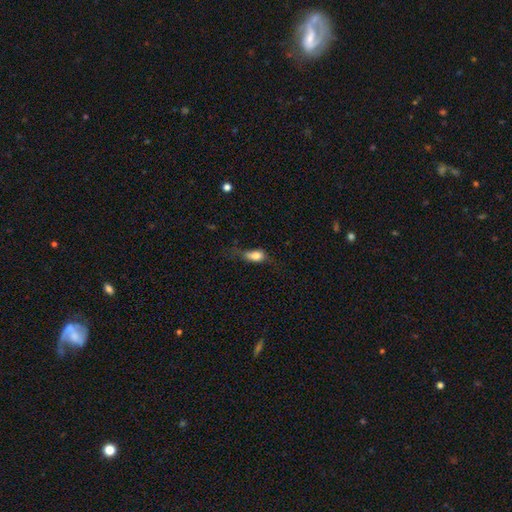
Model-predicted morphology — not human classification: This appears to be a smooth galaxy with no disk features (78%) that is in between round and cigar-shaped (81%). Merging: none (37%).